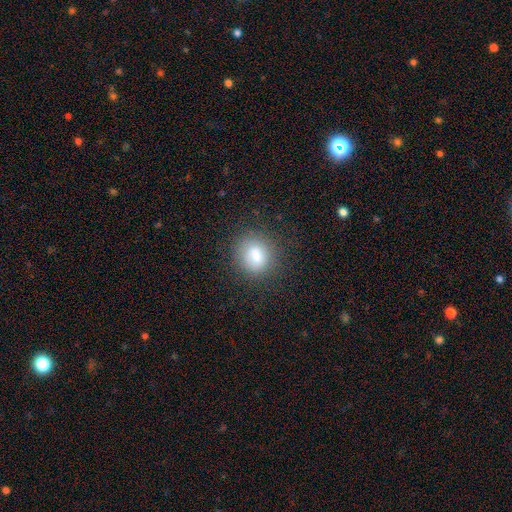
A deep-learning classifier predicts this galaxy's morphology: Smooth or featured? Predicted: smooth (p=0.80). How rounded? Predicted: round (p=0.74). Merging? Predicted: none (p=0.80).